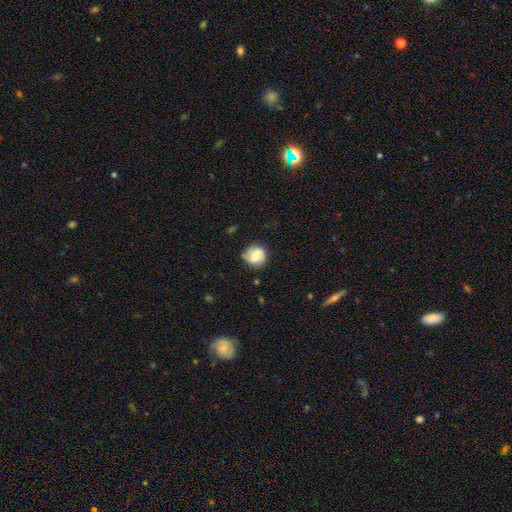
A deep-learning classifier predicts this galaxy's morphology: Overall: featured or disk (61%; smooth 31%). Edge-on disk: no (98%). Bar: weak (47%; no 36%). Spiral arms: yes (91%). Spiral arm count: 2 (80%). Spiral winding: medium (44%; tight 30%). Bulge size: moderate (38%; small 37%). Merging: none (76%).